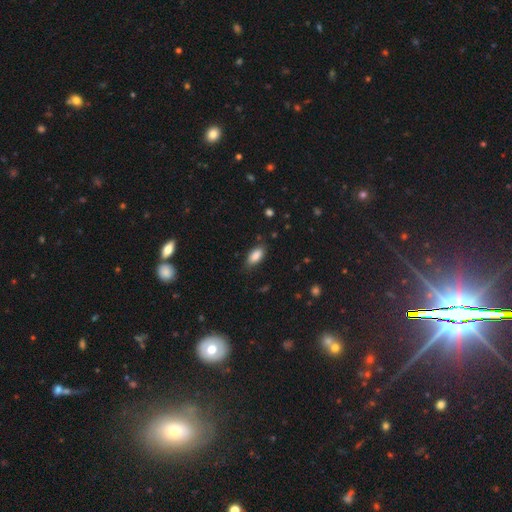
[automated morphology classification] smooth_or_featured: smooth (p=0.87) [alt: star or artifact p=0.07]
how_rounded: in between (p=0.89) [alt: cigar-shaped p=0.09]
merging: none (p=0.80) [alt: minor disturbance p=0.15]